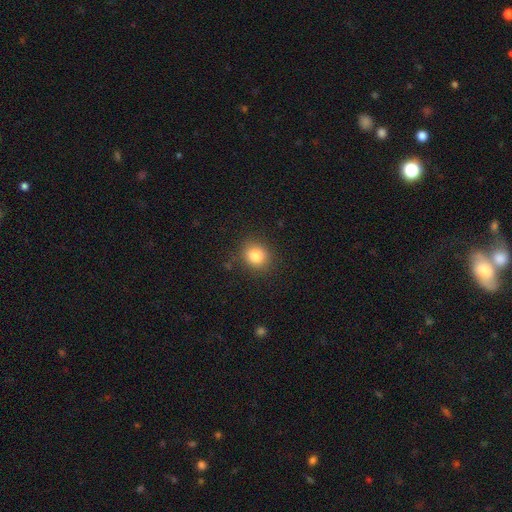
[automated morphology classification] Q: Smooth or featured?
A: smooth (82%); runner-up: star or artifact (11%)
Q: How rounded?
A: round (78%); runner-up: in between (21%)
Q: Merging?
A: none (86%); runner-up: minor disturbance (10%)